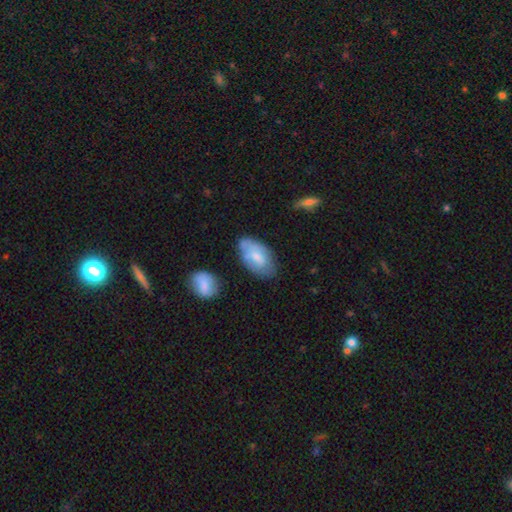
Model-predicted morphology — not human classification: smooth-or-featured: smooth: 66% | featured or disk: 28% | star or artifact: 6%
  how-rounded: in between: 95% | round: 3% | cigar-shaped: 2%
  merging: none: 61% | minor disturbance: 27% | major disturbance: 7% | merger: 5%